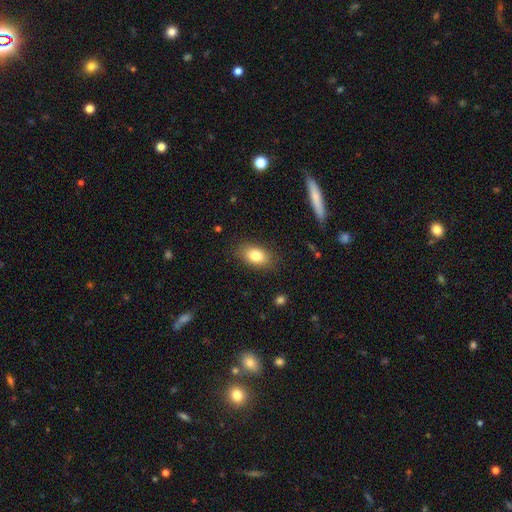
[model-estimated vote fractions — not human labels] Smooth or featured: smooth — 82% (featured or disk — 10%)
How rounded: in between — 89% (round — 8%)
Merging: none — 84% (minor disturbance — 12%)